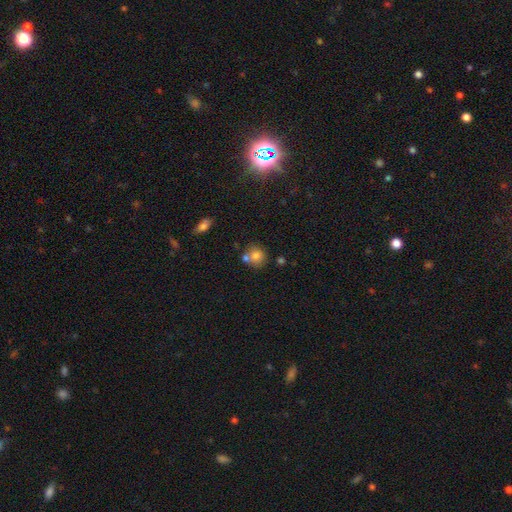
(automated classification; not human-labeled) This appears to be a smooth galaxy with no disk features (76%) that is round (84%). Merging: none (57%).